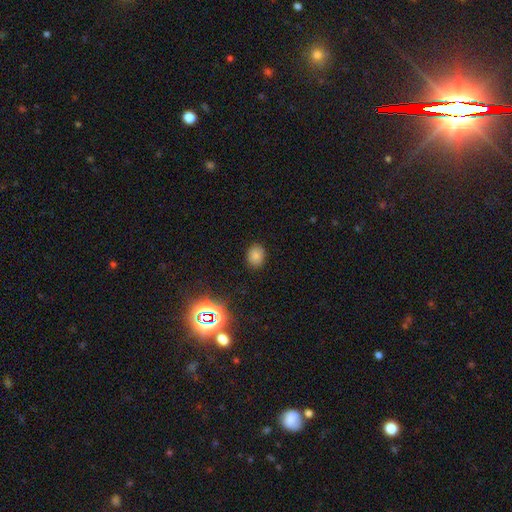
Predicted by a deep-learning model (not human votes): The model was most divided on "how rounded": round: 56%, in between: 43%, cigar-shaped: 1%. More confident: merging — none (85%); smooth or featured — smooth (78%).